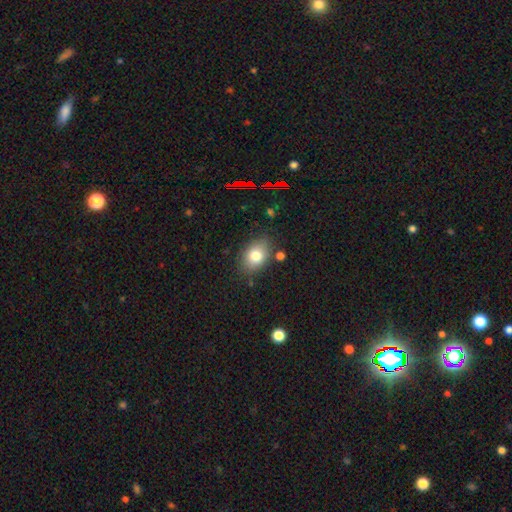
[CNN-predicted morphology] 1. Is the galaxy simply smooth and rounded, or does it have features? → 78% smooth, 12% featured or disk, 10% star or artifact.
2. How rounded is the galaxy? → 72% in between, 26% round, 1% cigar-shaped.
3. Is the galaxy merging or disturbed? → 78% none, 14% minor disturbance, 4% merger, 4% major disturbance.